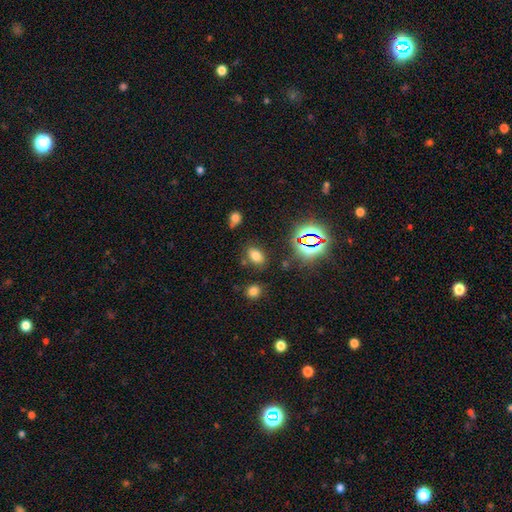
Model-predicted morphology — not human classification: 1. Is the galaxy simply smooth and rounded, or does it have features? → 68% smooth, 23% star or artifact, 9% featured or disk.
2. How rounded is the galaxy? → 83% in between, 15% round, 2% cigar-shaped.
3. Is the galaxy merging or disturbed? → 80% none, 11% minor disturbance, 5% merger, 4% major disturbance.